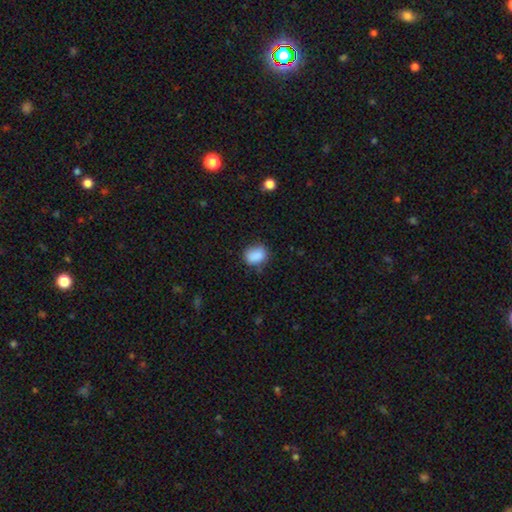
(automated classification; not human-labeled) Smooth or featured: smooth — 87% (star or artifact — 9%)
How rounded: in between — 63% (round — 36%)
Merging: none — 73% (minor disturbance — 20%)